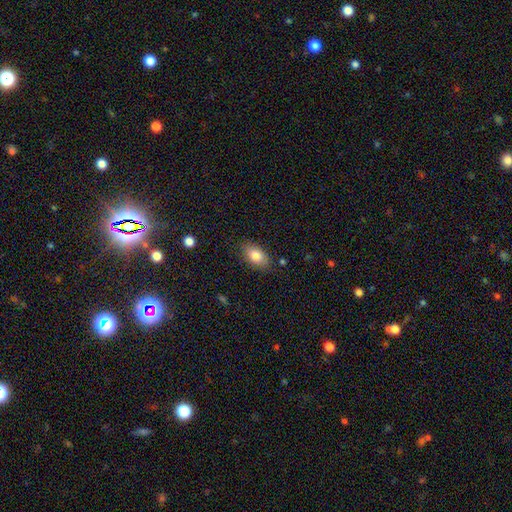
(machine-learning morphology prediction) smooth_or_featured: smooth (p=0.83) [alt: featured or disk p=0.10]
how_rounded: in between (p=0.91) [alt: round p=0.07]
merging: none (p=0.82) [alt: minor disturbance p=0.13]